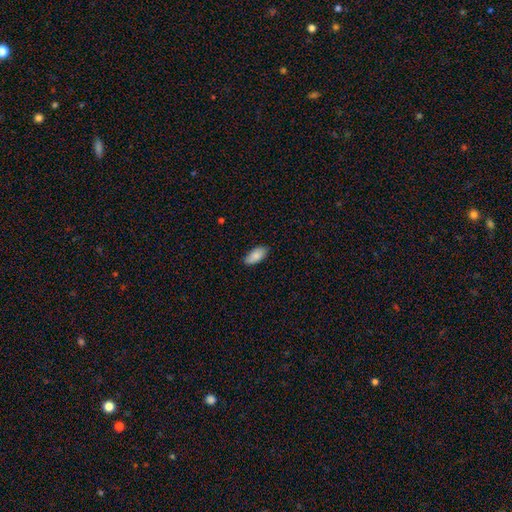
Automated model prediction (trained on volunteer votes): Morphology: type=smooth (86%); roundness=in between (90%); merging=none (85%).